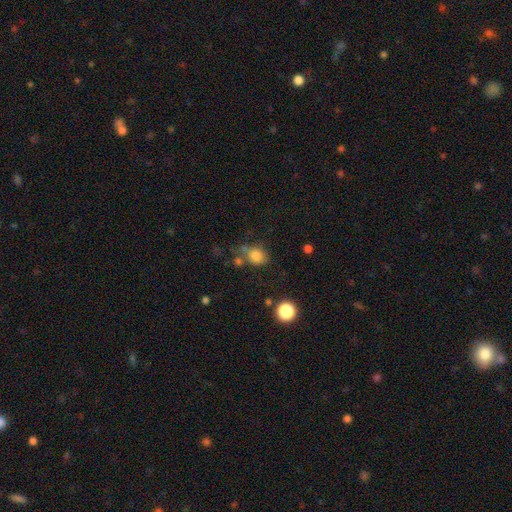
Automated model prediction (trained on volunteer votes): smooth 80%, star or artifact 12%, featured or disk 8%. Down the decision tree: how rounded — round (63%); merging — none (59%).